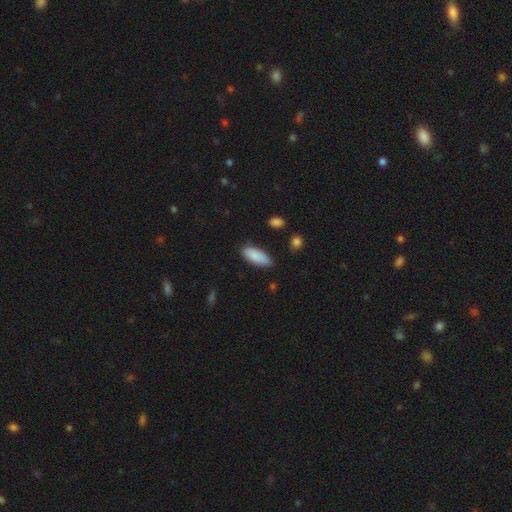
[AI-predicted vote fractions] The model was most divided on "merging": none: 76%, minor disturbance: 19%, major disturbance: 3%, merger: 2%. More confident: smooth or featured — smooth (87%); how rounded — in between (80%).